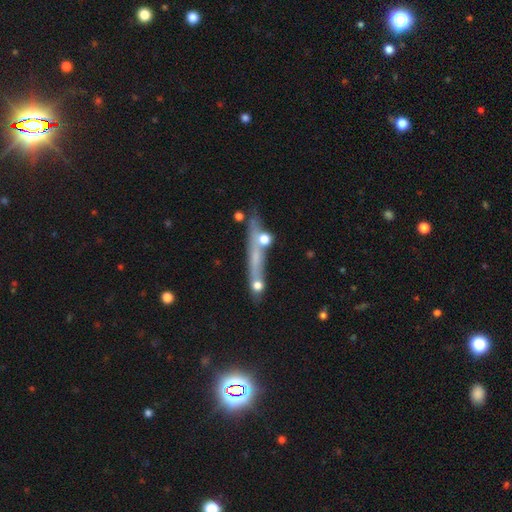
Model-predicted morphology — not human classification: A featured or disk galaxy (46%). Merging: none (51%).